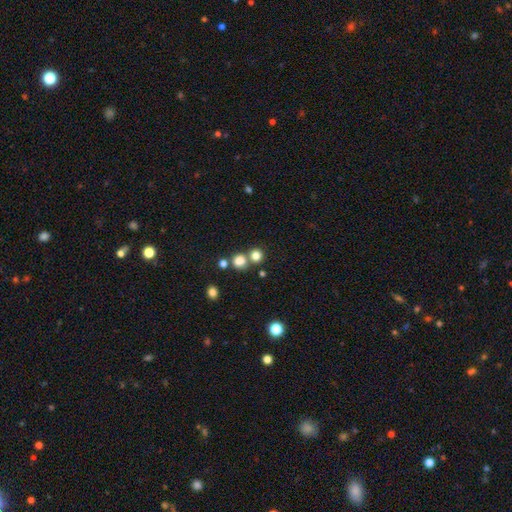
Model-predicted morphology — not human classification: smooth 78%, star or artifact 15%, featured or disk 7%. Down the decision tree: how rounded — round (89%); merging — none (60%).